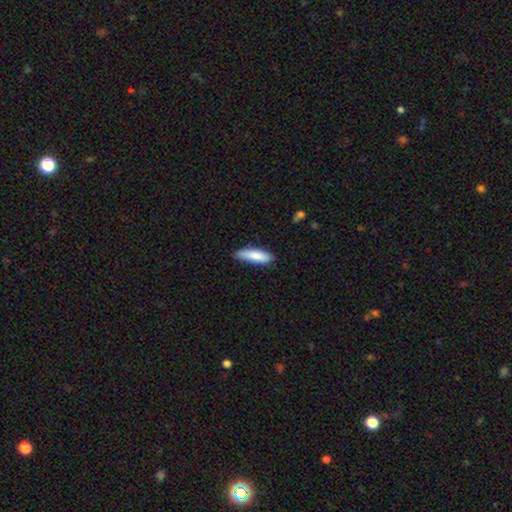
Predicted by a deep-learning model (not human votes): A smooth galaxy with no disk features (83%) that is cigar-shaped (57%).

Vote fractions:
- Smooth or featured? smooth: 83% / featured or disk: 11% / star or artifact: 6%
- How rounded? cigar-shaped: 57% / in between: 41% / round: 2%
- Merging? none: 78% / minor disturbance: 18% / major disturbance: 3% / merger: 1%